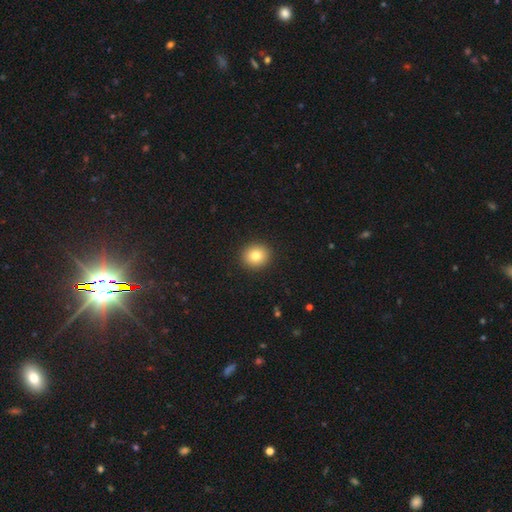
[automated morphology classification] Q: Smooth or featured?
A: smooth (82%); runner-up: star or artifact (10%)
Q: How rounded?
A: round (86%); runner-up: in between (13%)
Q: Merging?
A: none (92%); runner-up: minor disturbance (5%)